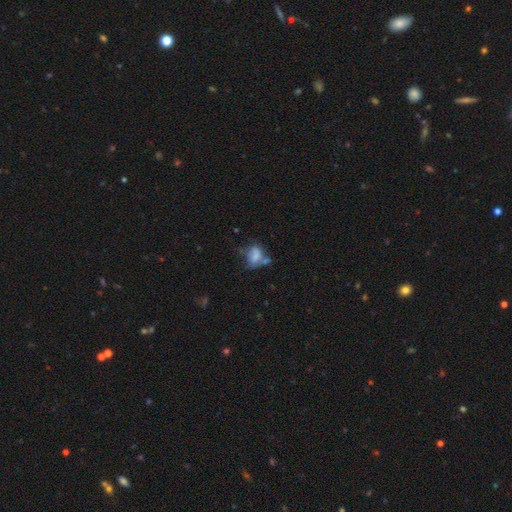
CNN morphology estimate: Overall: smooth (60%; featured or disk 28%). How rounded: in between (73%). Merging: merger (30%; none 28%).